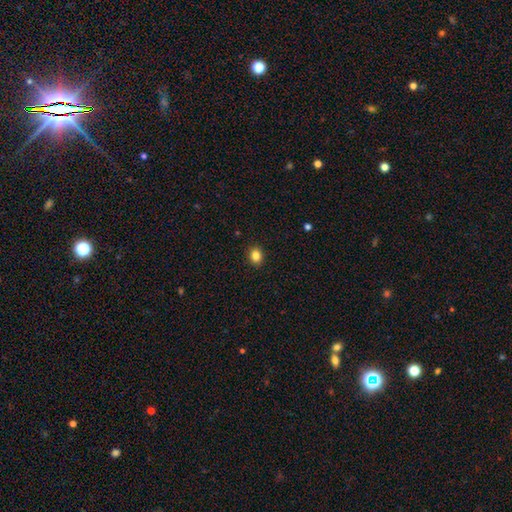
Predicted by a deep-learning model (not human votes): Morphology: type=smooth (84%); roundness=round (51%); merging=none (91%).